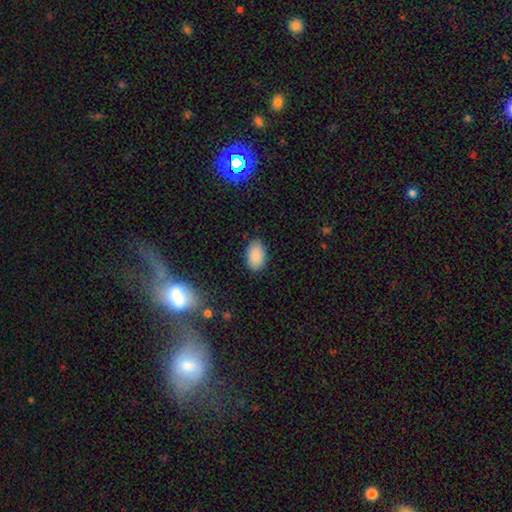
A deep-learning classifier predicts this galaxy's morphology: Smooth or featured? Predicted: smooth (p=0.89). How rounded? Predicted: in between (p=0.92). Merging? Predicted: none (p=0.85).